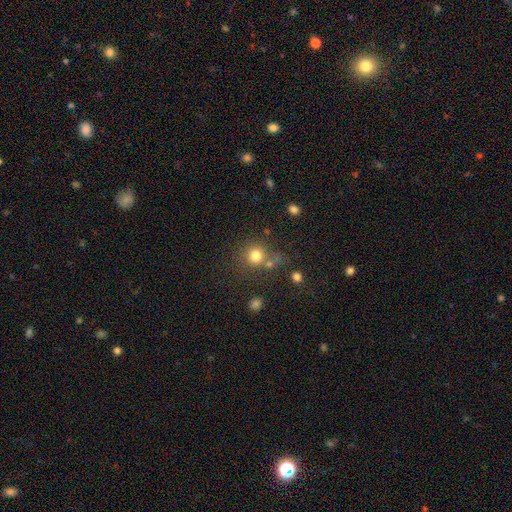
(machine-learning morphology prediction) A smooth galaxy with no disk features (78%) that is round (89%). Merging: none (64%).